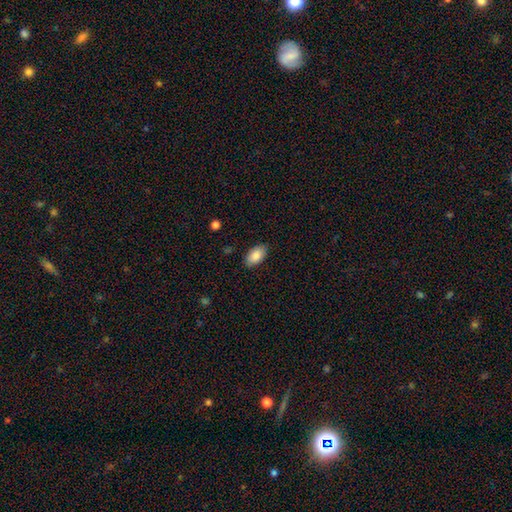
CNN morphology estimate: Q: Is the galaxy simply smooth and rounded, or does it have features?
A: smooth — 87%.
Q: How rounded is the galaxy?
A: in between — 95%.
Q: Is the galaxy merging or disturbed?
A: none — 87%.